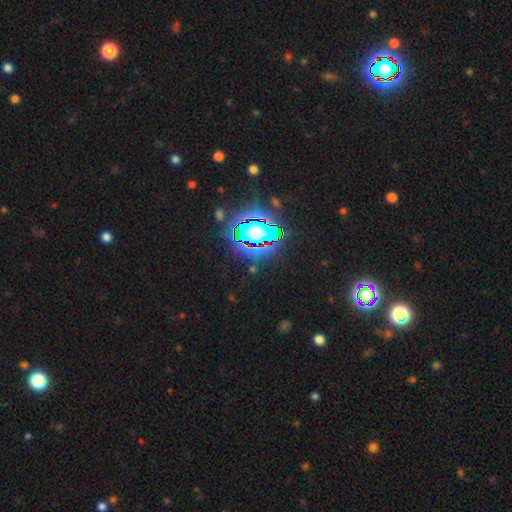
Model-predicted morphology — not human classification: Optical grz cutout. It shows a star or artifact, not a galaxy (82%).